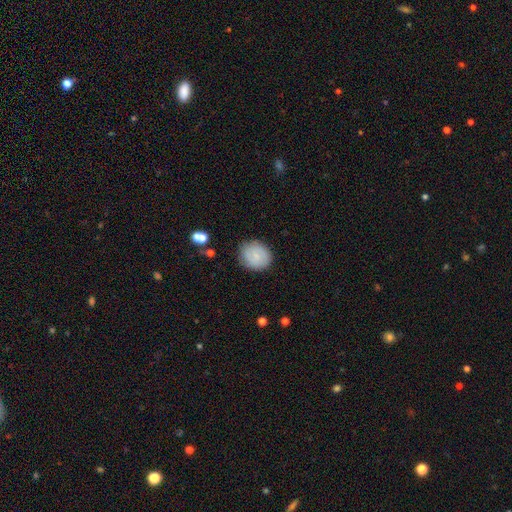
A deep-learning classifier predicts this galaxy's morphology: This appears to be a smooth galaxy with no disk features (61%) that is round (75%). Merging: none (84%).